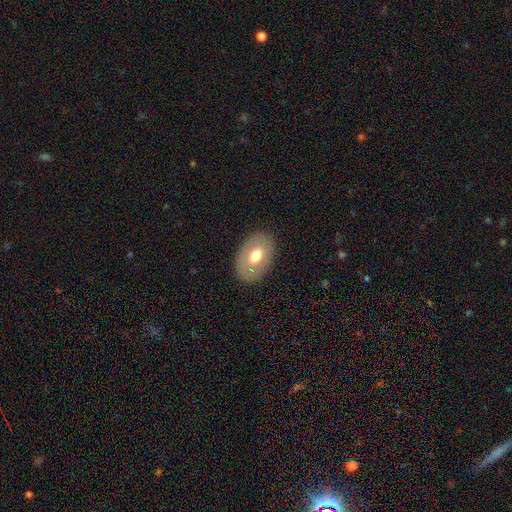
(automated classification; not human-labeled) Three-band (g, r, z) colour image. It shows a smooth galaxy with no disk features (64%) that is in between round and cigar-shaped (84%). Merging: none (86%).